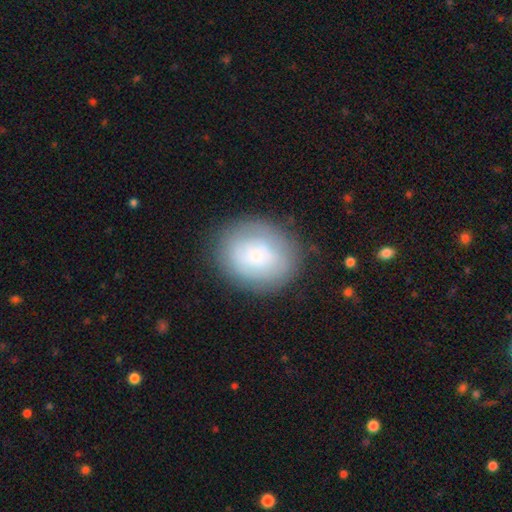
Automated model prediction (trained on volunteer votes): A smooth galaxy with no disk features (62%) that is round (63%). Merging: none (78%).